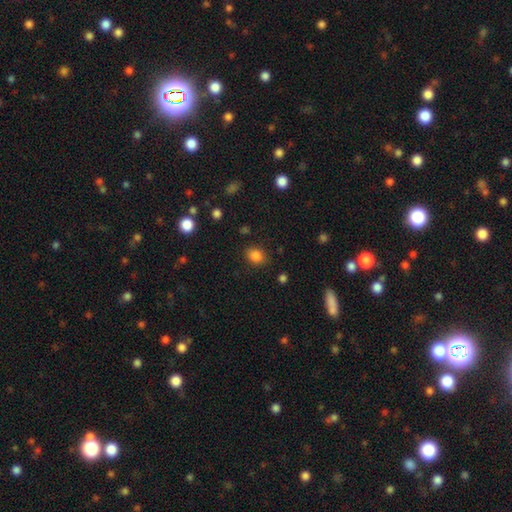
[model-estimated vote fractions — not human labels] Smooth or featured: smooth — 84% (star or artifact — 11%)
How rounded: in between — 50% (round — 49%)
Merging: none — 83% (minor disturbance — 12%)